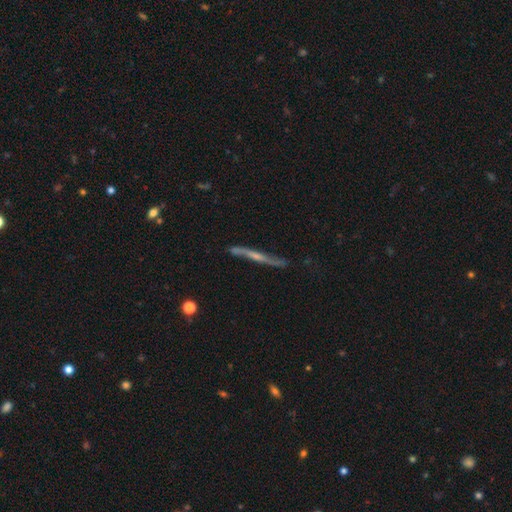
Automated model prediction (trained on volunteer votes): A featured or disk galaxy (74%) viewed edge-on (83%) with a rounded central bulge (46%). Merging: none (72%).